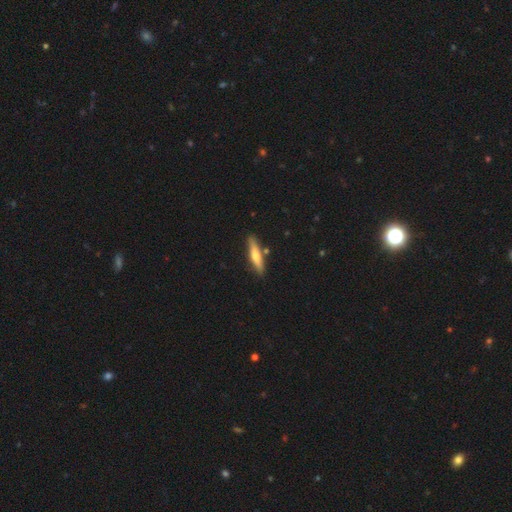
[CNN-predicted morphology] A smooth galaxy with no disk features (56%) that is cigar-shaped (85%). Merging: none (84%).